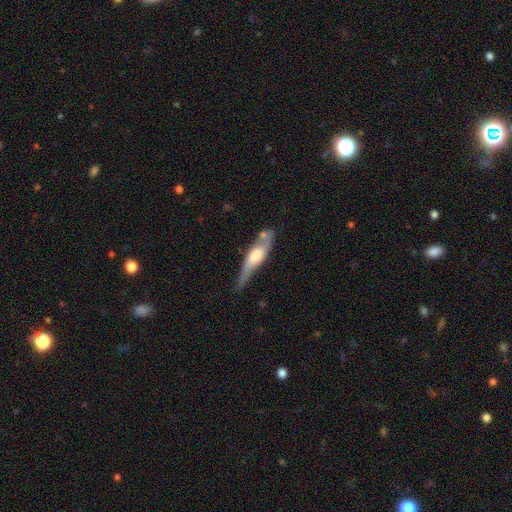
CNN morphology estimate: Smooth or featured? Predicted: featured or disk (p=0.55). Edge-on disk? Predicted: yes (p=0.70). Merging? Predicted: none (p=0.46).